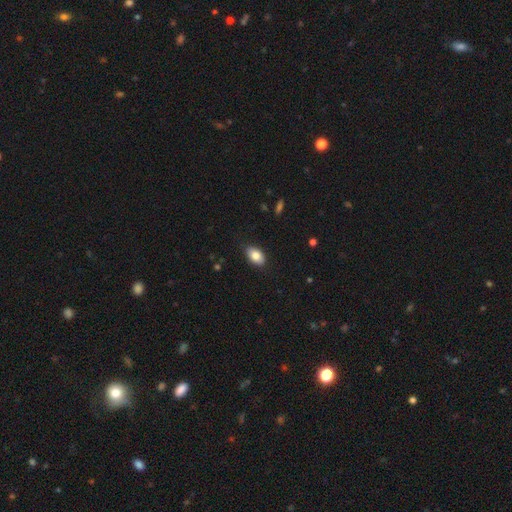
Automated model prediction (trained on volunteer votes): Smooth or featured? Predicted: smooth (p=0.83). How rounded? Predicted: in between (p=0.90). Merging? Predicted: none (p=0.84).